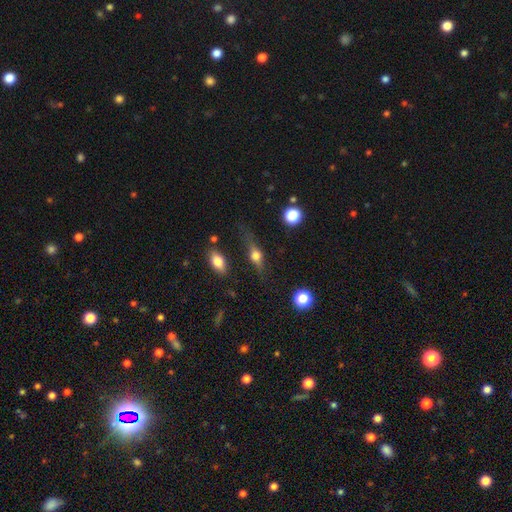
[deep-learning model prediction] A featured or disk galaxy (45%). Merging: none (63%).